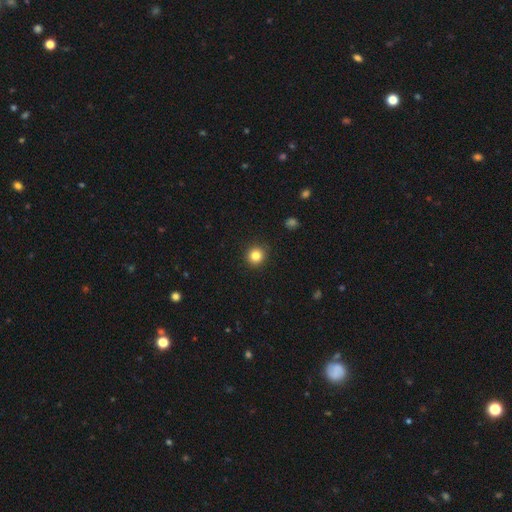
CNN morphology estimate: smooth_or_featured: smooth (p=0.83) [alt: star or artifact p=0.11]
how_rounded: round (p=0.92) [alt: in between p=0.07]
merging: none (p=0.91) [alt: minor disturbance p=0.06]